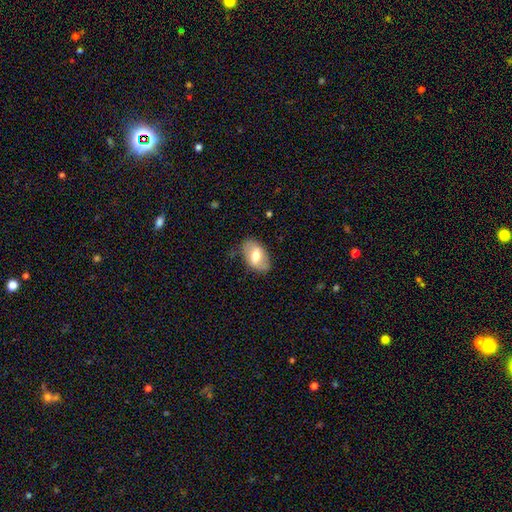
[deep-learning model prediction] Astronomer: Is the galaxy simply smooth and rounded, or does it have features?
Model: smooth — 59% (runner-up: featured or disk, 35%).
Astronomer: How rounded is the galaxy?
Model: in between — 91%.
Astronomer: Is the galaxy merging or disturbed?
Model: none — 77%.